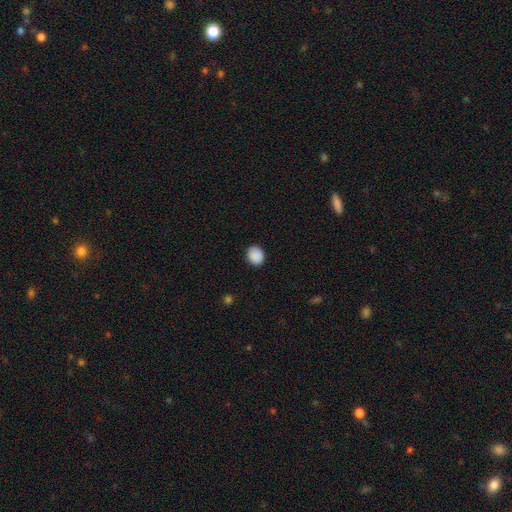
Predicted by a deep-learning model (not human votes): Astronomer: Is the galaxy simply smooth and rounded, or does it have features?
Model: smooth — 89%.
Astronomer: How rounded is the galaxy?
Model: round — 69%.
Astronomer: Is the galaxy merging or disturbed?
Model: none — 89%.